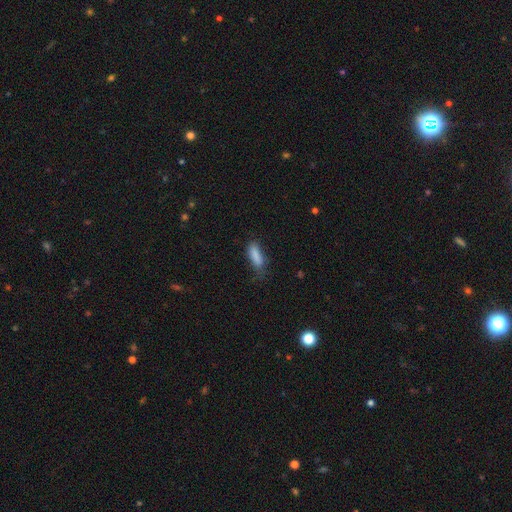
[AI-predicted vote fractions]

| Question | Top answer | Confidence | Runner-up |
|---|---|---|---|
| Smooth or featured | smooth | 85% | star or artifact (8%) |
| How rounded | in between | 58% | cigar-shaped (40%) |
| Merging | none | 58% | minor disturbance (30%) |